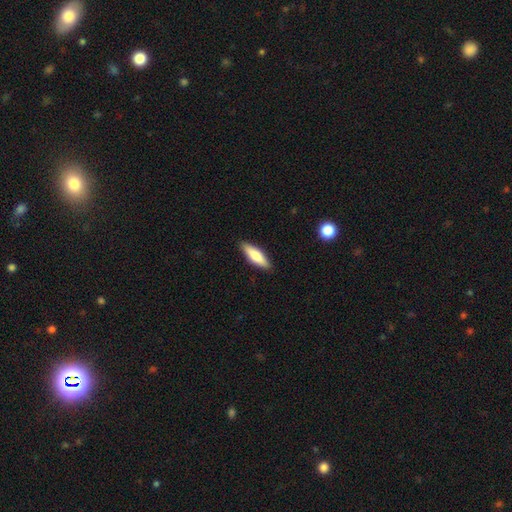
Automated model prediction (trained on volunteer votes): smooth-or-featured: smooth: 71% | featured or disk: 23% | star or artifact: 5%
  how-rounded: cigar-shaped: 55% | in between: 43% | round: 2%
  merging: none: 89% | minor disturbance: 9% | major disturbance: 2% | merger: 1%